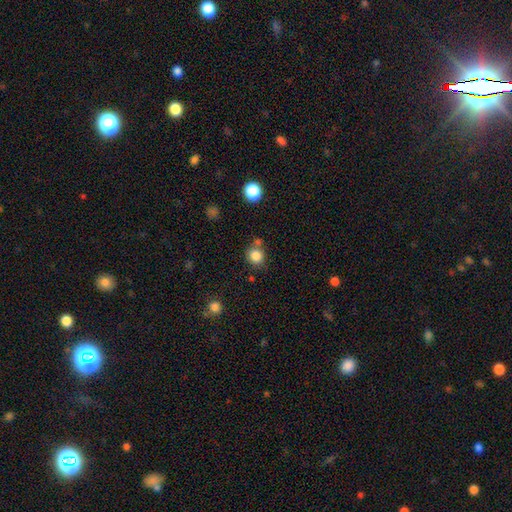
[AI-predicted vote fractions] The model was most divided on "merging": none: 71%, merger: 14%, minor disturbance: 11%, major disturbance: 3%. More confident: smooth or featured — smooth (84%); how rounded — round (83%).